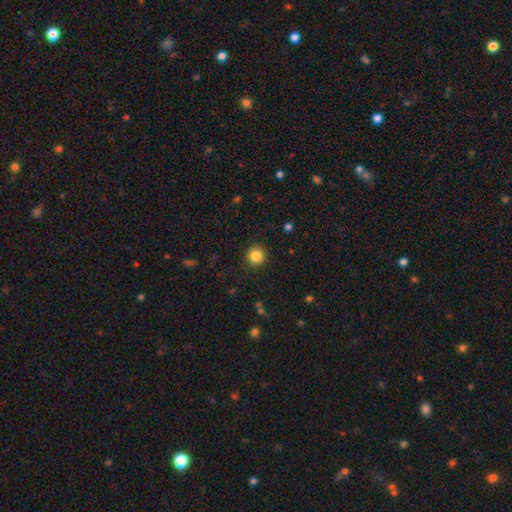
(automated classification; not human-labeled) This is clearly a smooth galaxy (85%). How rounded: clearly round (94%). Merging: clearly none (91%).